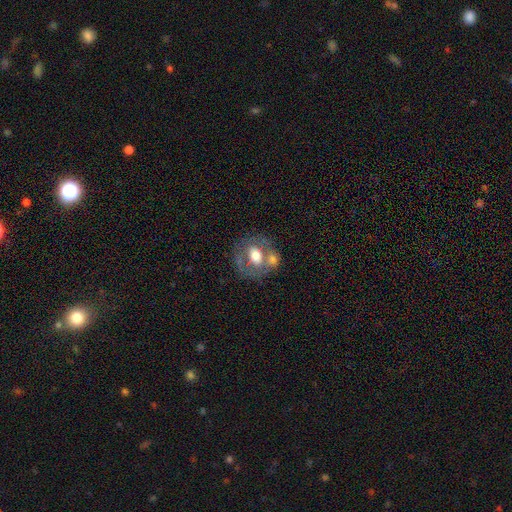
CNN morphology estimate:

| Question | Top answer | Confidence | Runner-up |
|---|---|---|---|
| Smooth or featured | smooth | 49% | featured or disk (43%) |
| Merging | none | 47% | merger (32%) |